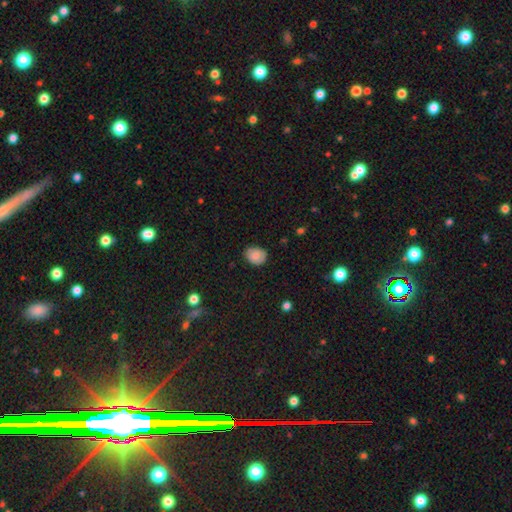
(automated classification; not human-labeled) smooth 84%, featured or disk 8%, star or artifact 8%. Down the decision tree: how rounded — in between (54%); merging — none (77%).